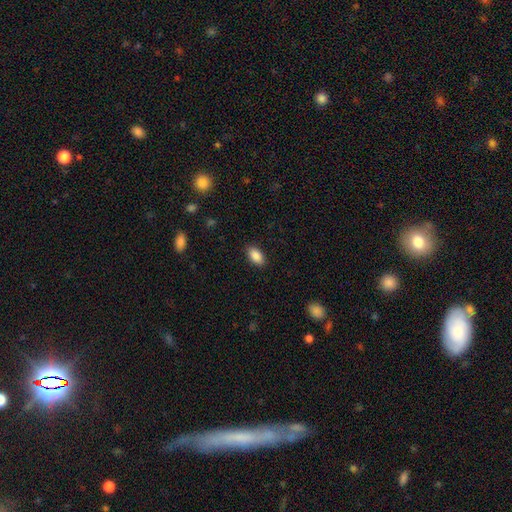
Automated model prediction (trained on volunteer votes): Overall: smooth (88%). How rounded: in between (93%). Merging: none (89%).